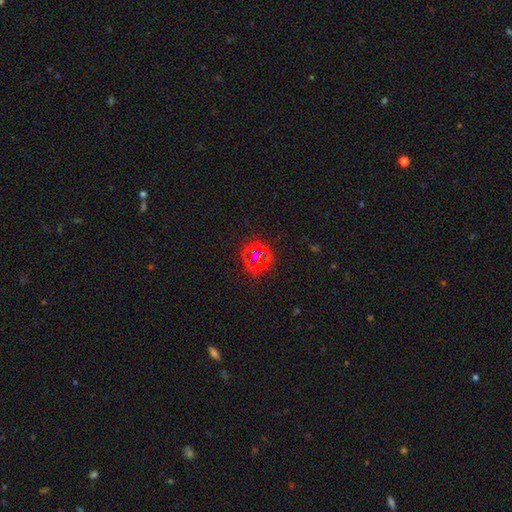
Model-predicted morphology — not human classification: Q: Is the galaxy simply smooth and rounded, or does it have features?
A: star or artifact — 73%.